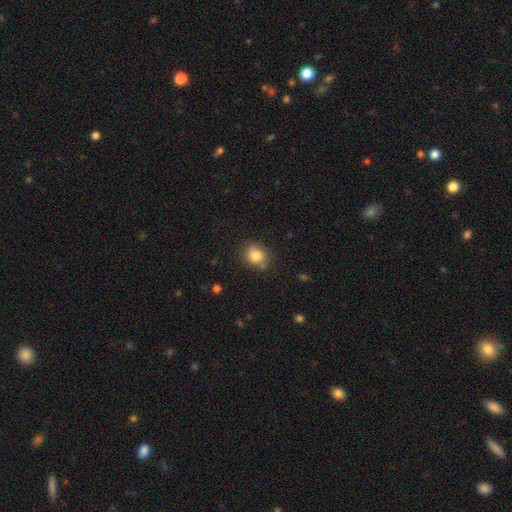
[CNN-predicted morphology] type=smooth (82%); roundness=round (73%); merging=none (74%).